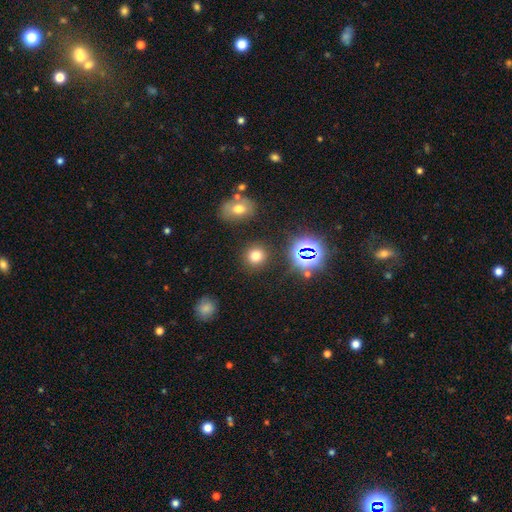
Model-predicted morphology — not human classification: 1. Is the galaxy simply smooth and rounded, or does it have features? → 72% smooth, 21% star or artifact, 7% featured or disk.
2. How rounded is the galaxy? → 89% round, 10% in between, 1% cigar-shaped.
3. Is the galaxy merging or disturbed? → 87% none, 7% minor disturbance, 3% merger, 3% major disturbance.